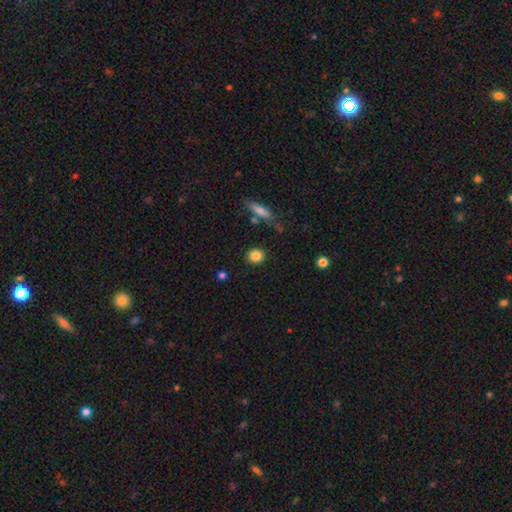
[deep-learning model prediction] smooth 85%, star or artifact 9%, featured or disk 5%. Down the decision tree: how rounded — round (81%); merging — none (87%).